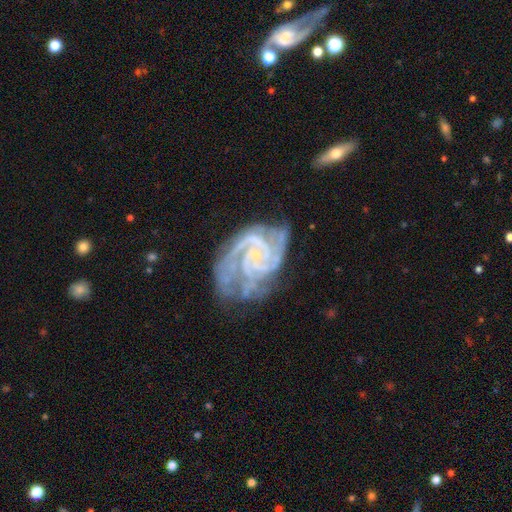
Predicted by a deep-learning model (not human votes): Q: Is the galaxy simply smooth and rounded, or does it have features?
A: featured or disk — 92%.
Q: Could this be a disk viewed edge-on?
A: no — 98%.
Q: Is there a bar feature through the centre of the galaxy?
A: no — 58%.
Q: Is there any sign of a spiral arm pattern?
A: yes — 98%.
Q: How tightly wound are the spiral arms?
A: tight — 62%.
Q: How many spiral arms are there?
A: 3 — 36%.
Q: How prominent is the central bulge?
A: small — 83%.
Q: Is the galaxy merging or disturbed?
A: none — 53%.